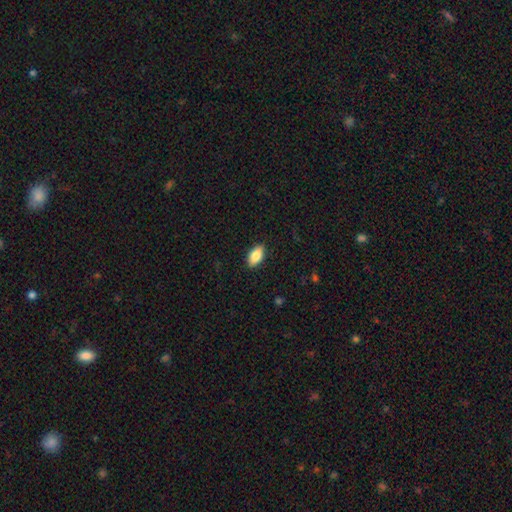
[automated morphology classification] smooth-or-featured: smooth: 84% | featured or disk: 9% | star or artifact: 7%
  how-rounded: in between: 91% | cigar-shaped: 6% | round: 4%
  merging: none: 88% | minor disturbance: 9% | major disturbance: 2% | merger: 1%